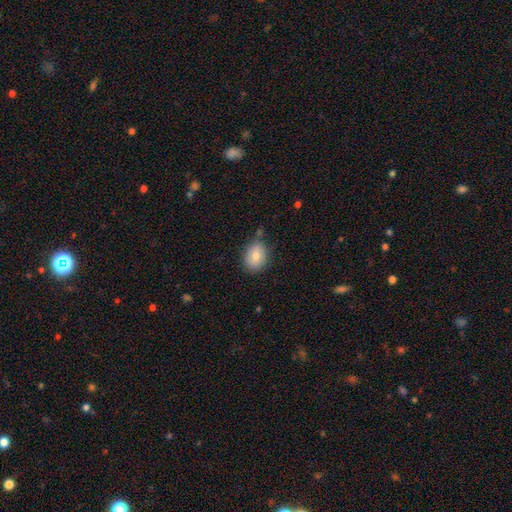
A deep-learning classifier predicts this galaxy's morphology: Smooth or featured?
  - smooth: 78% *
  - featured or disk: 13%
  - star or artifact: 9%
How rounded?
  - in between: 55% *
  - round: 44%
  - cigar-shaped: 1%
Merging?
  - none: 76% *
  - minor disturbance: 17%
  - merger: 4%
  - major disturbance: 3%